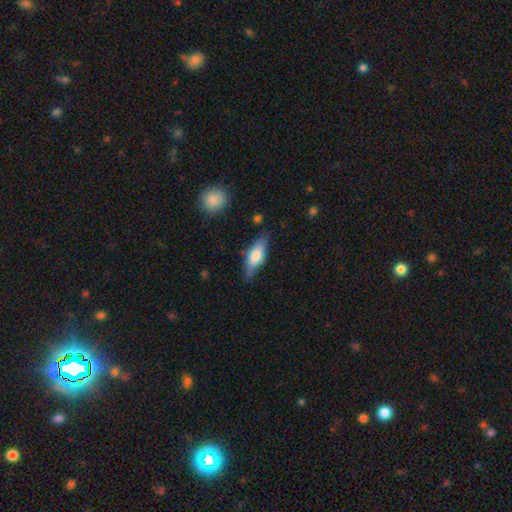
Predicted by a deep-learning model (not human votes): Q: Smooth or featured?
A: smooth (64%); runner-up: featured or disk (30%)
Q: How rounded?
A: in between (64%); runner-up: cigar-shaped (33%)
Q: Merging?
A: none (74%); runner-up: minor disturbance (19%)